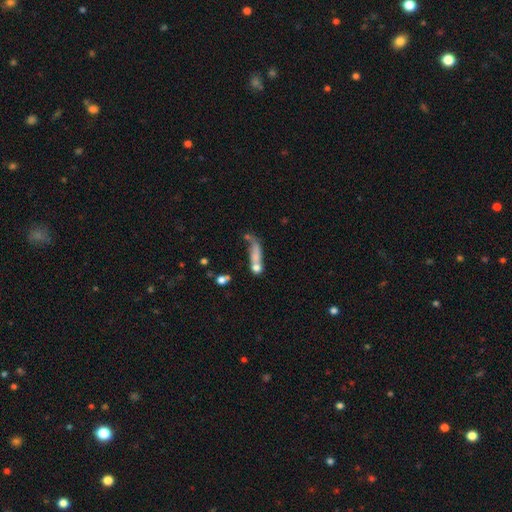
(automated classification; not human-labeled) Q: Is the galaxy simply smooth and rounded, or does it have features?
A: smooth — 60%.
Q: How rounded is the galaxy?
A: cigar-shaped — 46%.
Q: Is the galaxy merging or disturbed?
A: merger — 37%.